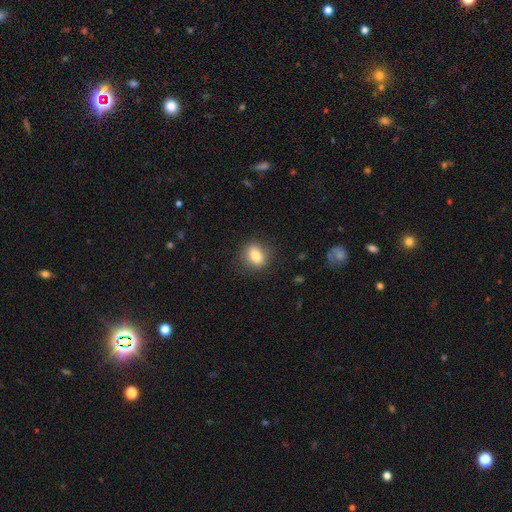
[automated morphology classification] Smooth or featured? Predicted: smooth (p=0.81). How rounded? Predicted: in between (p=0.53). Merging? Predicted: none (p=0.86).